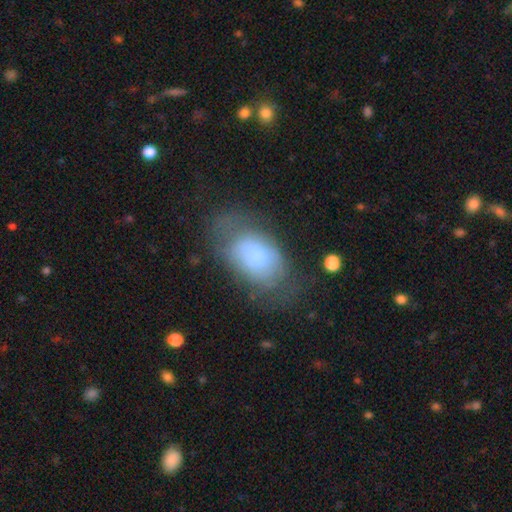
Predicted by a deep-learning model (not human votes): smooth 63%, featured or disk 29%, star or artifact 9%. Down the decision tree: how rounded — in between (89%); merging — none (48%).